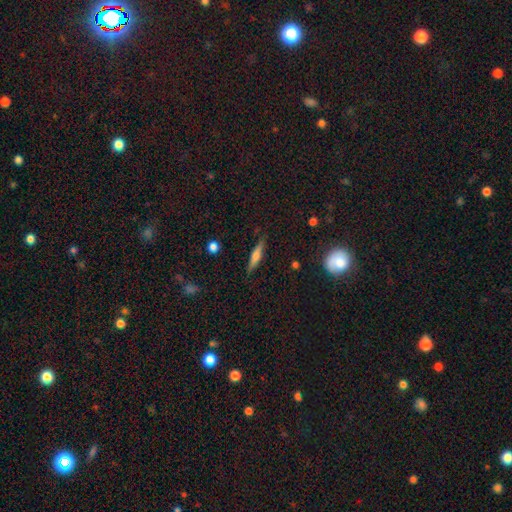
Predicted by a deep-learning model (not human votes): The model was most divided on "smooth or featured": smooth: 52%, featured or disk: 40%, star or artifact: 8%. More confident: merging — none (86%); how rounded — cigar-shaped (82%).